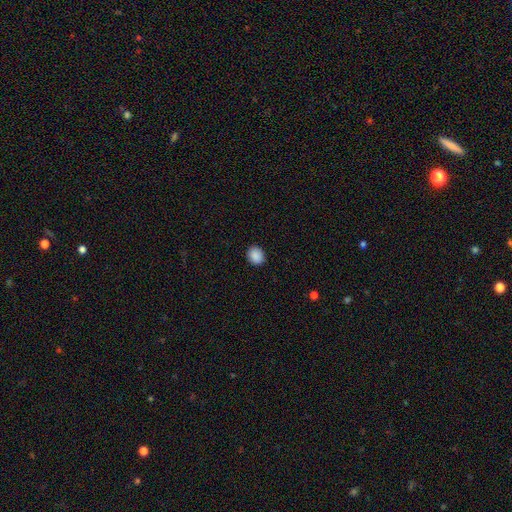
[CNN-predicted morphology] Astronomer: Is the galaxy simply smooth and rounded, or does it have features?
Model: smooth — 89%.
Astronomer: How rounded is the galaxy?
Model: round — 68%.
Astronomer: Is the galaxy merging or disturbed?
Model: none — 90%.